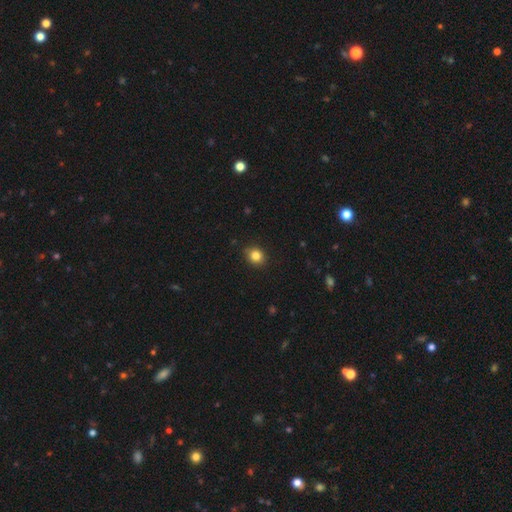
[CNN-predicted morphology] This appears to be a smooth galaxy with no disk features (84%) that is round (75%). Merging: none (88%).